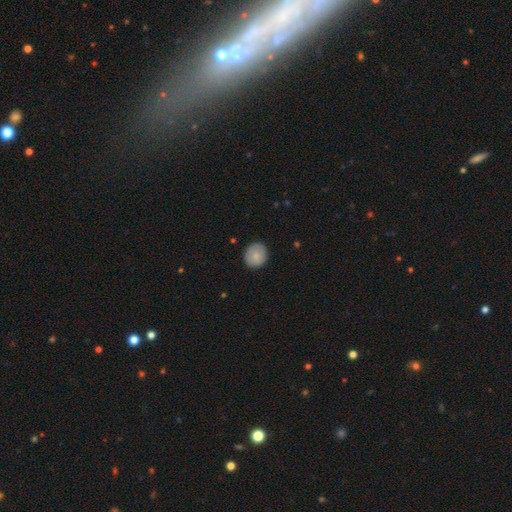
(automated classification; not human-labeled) smooth 83%, featured or disk 10%, star or artifact 7%. Down the decision tree: how rounded — round (86%); merging — none (86%).